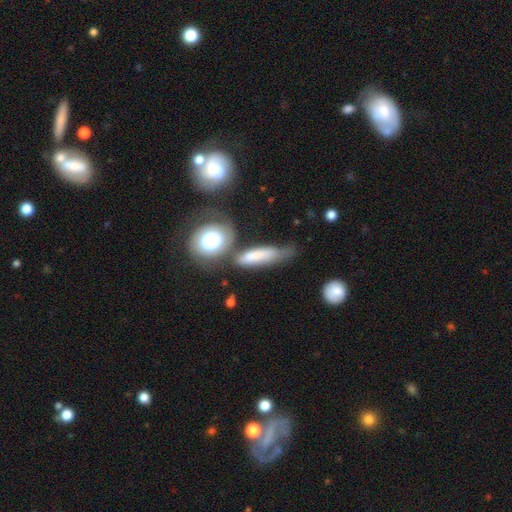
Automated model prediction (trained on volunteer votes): Smooth or featured? smooth (68%)
How rounded? cigar-shaped (63%)
Merging? none (45%)